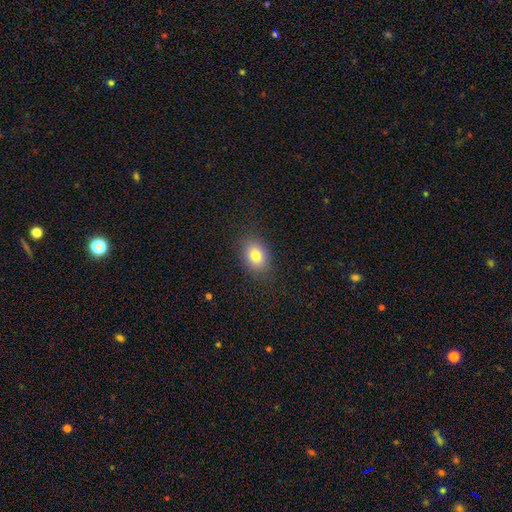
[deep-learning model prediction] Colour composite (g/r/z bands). It shows a smooth galaxy with no disk features (81%) that is in between round and cigar-shaped (71%). Merging: none (86%).